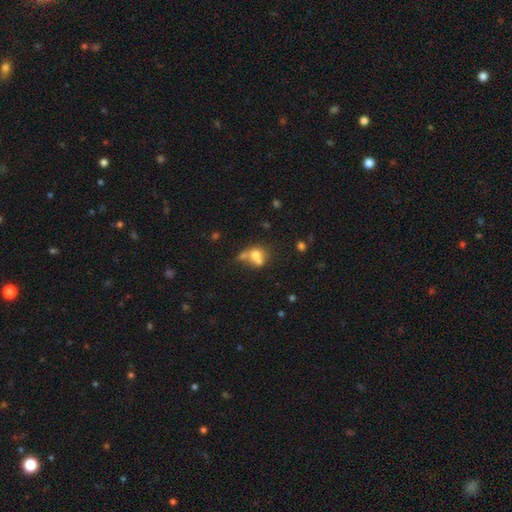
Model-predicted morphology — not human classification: smooth-or-featured: smooth: 67% | featured or disk: 20% | star or artifact: 13%
  how-rounded: round: 67% | in between: 32% | cigar-shaped: 1%
  merging: merger: 52% | none: 29% | minor disturbance: 11% | major disturbance: 7%